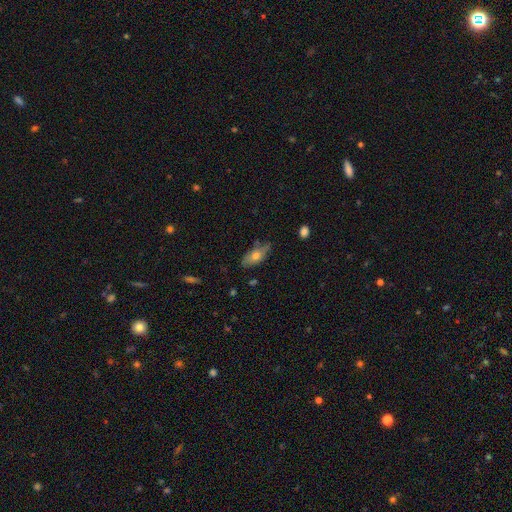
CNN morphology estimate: Smooth or featured?
  - smooth: 62% *
  - featured or disk: 31%
  - star or artifact: 7%
How rounded?
  - in between: 81% *
  - cigar-shaped: 16%
  - round: 4%
Merging?
  - none: 69% *
  - minor disturbance: 24%
  - major disturbance: 4%
  - merger: 3%